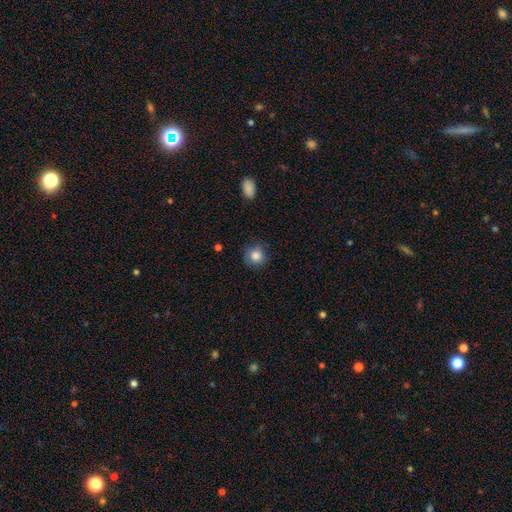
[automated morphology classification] This appears to be a smooth galaxy with no disk features (84%) that is round (90%). Merging: none (83%).